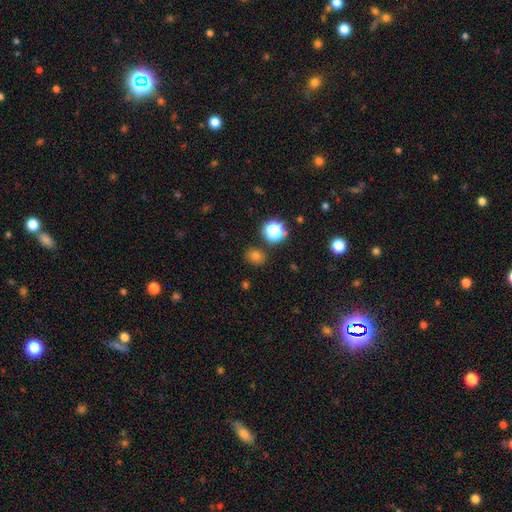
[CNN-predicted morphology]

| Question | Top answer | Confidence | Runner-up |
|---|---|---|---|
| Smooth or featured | smooth | 71% | star or artifact (23%) |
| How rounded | round | 70% | in between (29%) |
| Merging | none | 85% | minor disturbance (9%) |